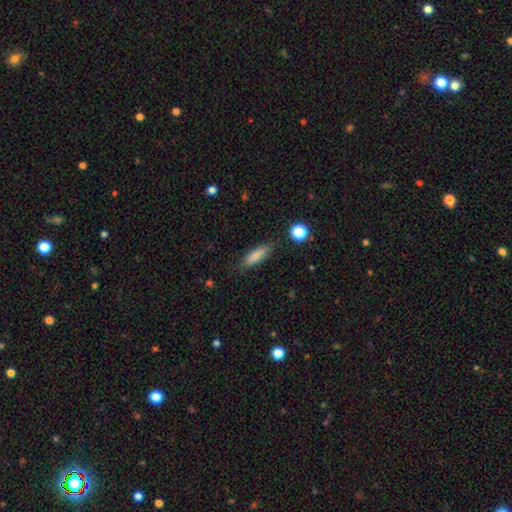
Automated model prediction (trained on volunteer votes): Morphology: type=smooth (83%); roundness=cigar-shaped (60%); merging=none (83%).